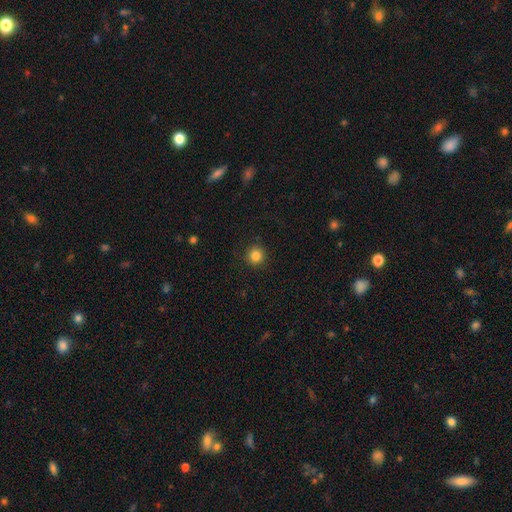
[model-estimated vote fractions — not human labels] Overall: smooth (84%). How rounded: round (95%). Merging: none (92%).